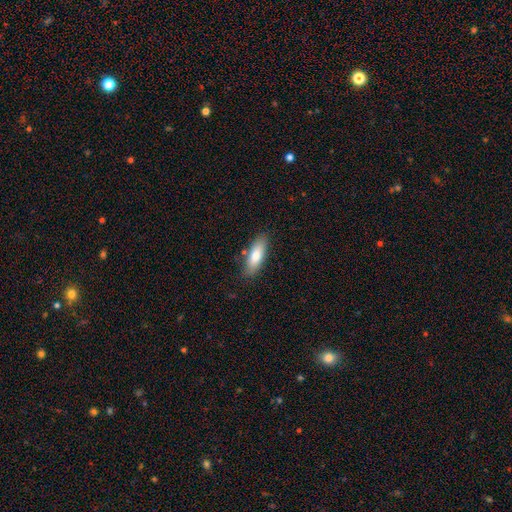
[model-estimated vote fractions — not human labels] This is likely a smooth galaxy (77%). How rounded: likely in between (63%). Merging: clearly none (83%).